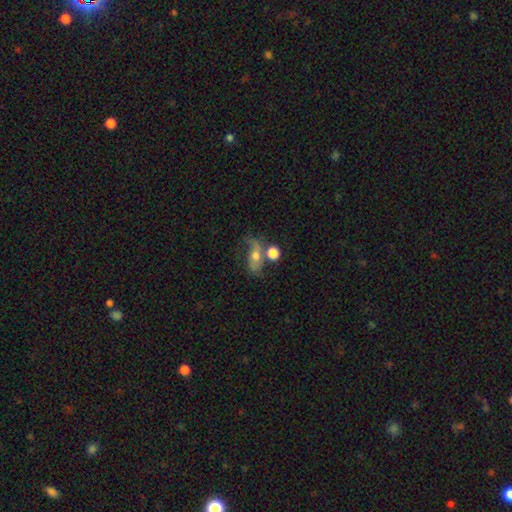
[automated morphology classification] featured or disk 57%, smooth 31%, star or artifact 12%. Down the decision tree: edge-on disk — no (92%); bar — no (57%); spiral arms — yes (82%); bulge size — moderate (62%); merging — none (46%).